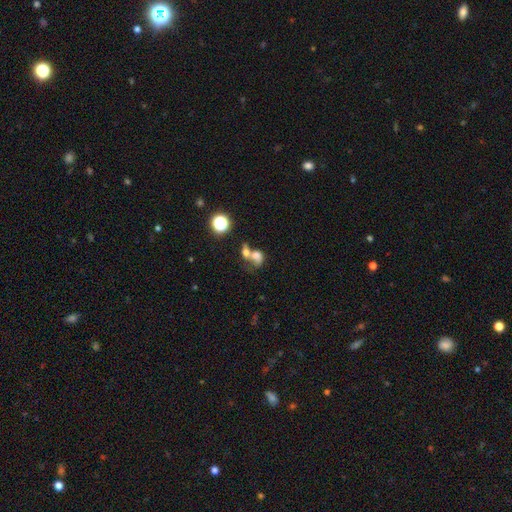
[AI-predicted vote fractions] Q: Smooth or featured?
A: smooth (58%); runner-up: featured or disk (26%)
Q: How rounded?
A: in between (56%); runner-up: round (42%)
Q: Merging?
A: merger (65%); runner-up: none (16%)